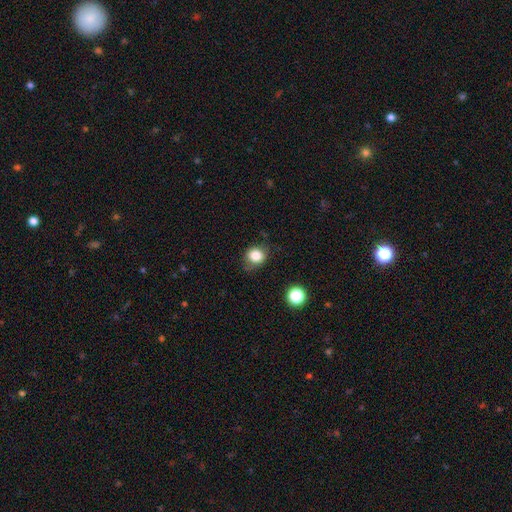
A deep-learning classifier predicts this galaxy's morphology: A smooth galaxy with no disk features (83%) that is round (75%).

Vote fractions:
- Smooth or featured? smooth: 83% / star or artifact: 11% / featured or disk: 6%
- How rounded? round: 75% / in between: 24% / cigar-shaped: 1%
- Merging? none: 72% / minor disturbance: 20% / major disturbance: 6% / merger: 2%